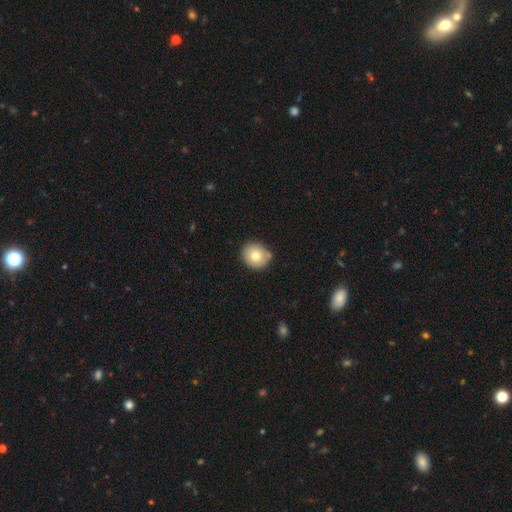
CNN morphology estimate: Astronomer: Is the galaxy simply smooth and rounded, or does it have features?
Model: smooth — 79%.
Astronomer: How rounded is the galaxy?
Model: round — 82%.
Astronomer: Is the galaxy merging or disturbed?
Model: none — 80%.